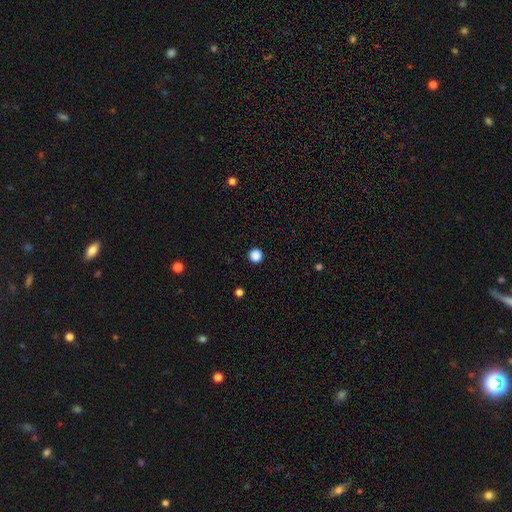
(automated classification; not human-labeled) The model was most divided on "smooth or featured": smooth: 86%, star or artifact: 11%, featured or disk: 3%. More confident: how rounded — round (96%); merging — none (93%).